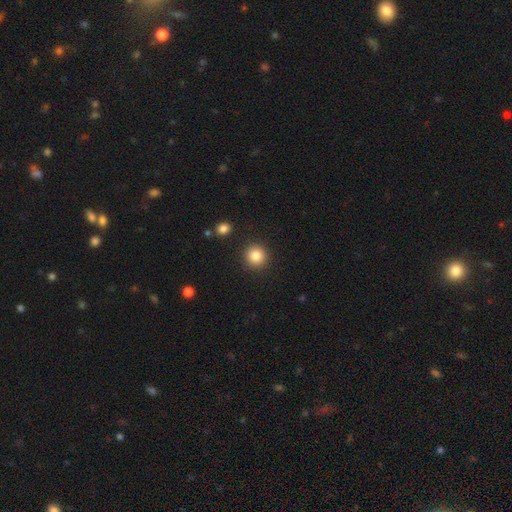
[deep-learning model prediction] smooth-or-featured: smooth: 85% | star or artifact: 10% | featured or disk: 5%
  how-rounded: round: 93% | in between: 6% | cigar-shaped: 1%
  merging: none: 90% | minor disturbance: 6% | major disturbance: 2% | merger: 2%